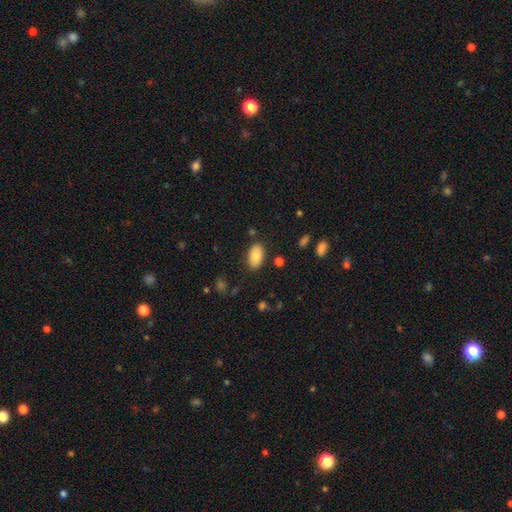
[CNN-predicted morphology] smooth_or_featured: smooth (p=0.84) [alt: featured or disk p=0.09]
how_rounded: in between (p=0.94) [alt: round p=0.04]
merging: none (p=0.85) [alt: minor disturbance p=0.11]